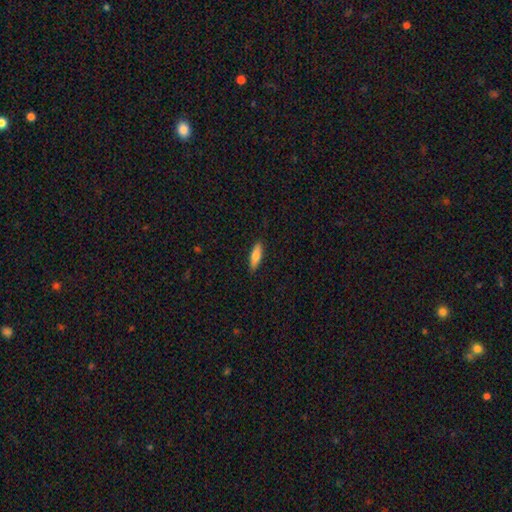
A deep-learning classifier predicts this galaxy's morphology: This is likely a smooth galaxy (75%). How rounded: possibly cigar-shaped (54%). Merging: clearly none (89%).